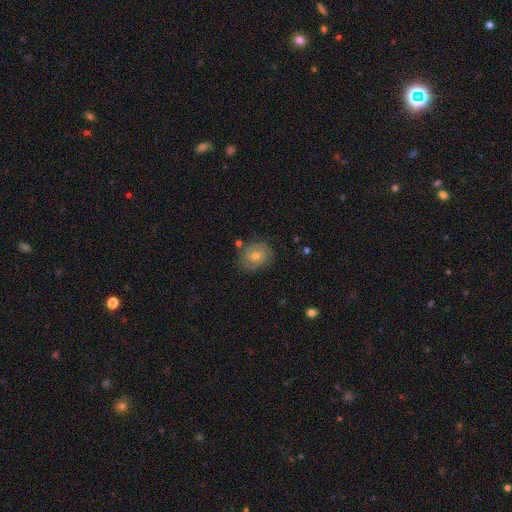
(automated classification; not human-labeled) Morphology: type=featured or disk (58%); edge-on=no (97%); bar=no (59%); spiral arms=yes (80%); bulge=moderate (58%); merging=none (79%).